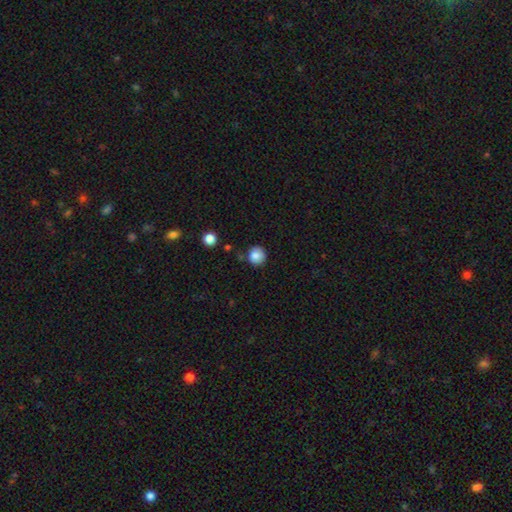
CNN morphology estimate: Smooth or featured? smooth (85%)
How rounded? round (90%)
Merging? none (81%)